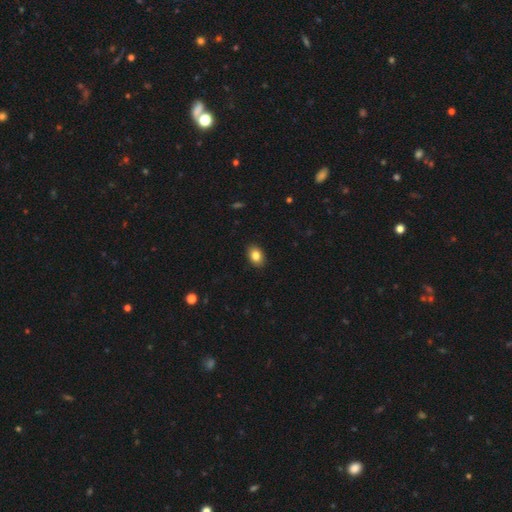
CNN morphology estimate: Q: Smooth or featured?
A: smooth (84%); runner-up: star or artifact (9%)
Q: How rounded?
A: in between (76%); runner-up: round (23%)
Q: Merging?
A: none (90%); runner-up: minor disturbance (8%)